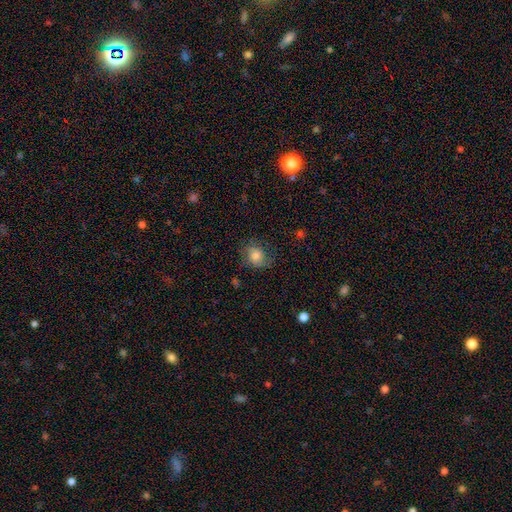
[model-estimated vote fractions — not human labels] Smooth or featured? smooth (67%)
How rounded? round (62%)
Merging? none (63%)